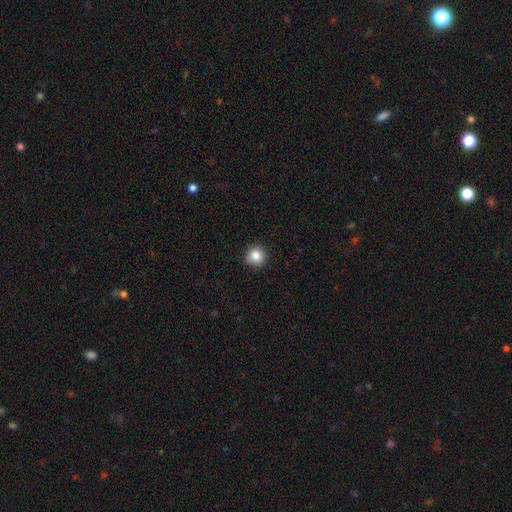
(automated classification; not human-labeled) smooth_or_featured: smooth (p=0.86) [alt: star or artifact p=0.10]
how_rounded: round (p=0.93) [alt: in between p=0.06]
merging: none (p=0.89) [alt: minor disturbance p=0.08]